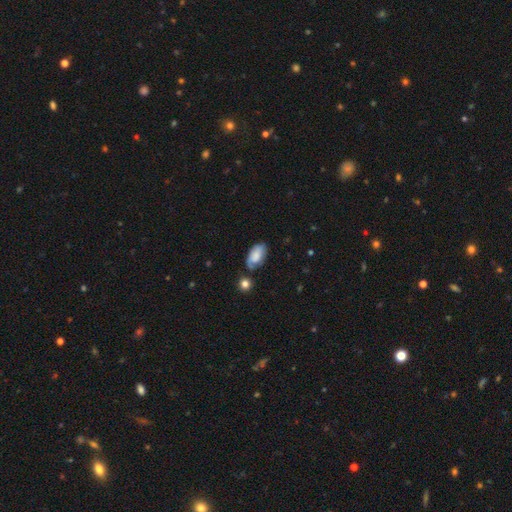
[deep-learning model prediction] The model was most divided on "smooth or featured": smooth: 64%, featured or disk: 28%, star or artifact: 8%. More confident: how rounded — in between (93%); merging — none (63%).